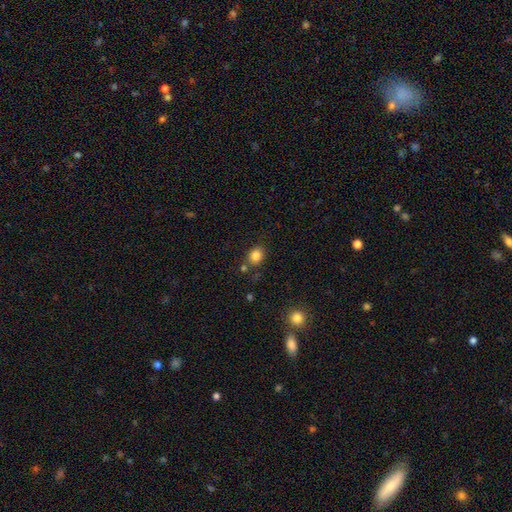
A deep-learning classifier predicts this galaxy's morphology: Q: Smooth or featured?
A: smooth (84%); runner-up: star or artifact (11%)
Q: How rounded?
A: round (61%); runner-up: in between (38%)
Q: Merging?
A: none (75%); runner-up: minor disturbance (13%)